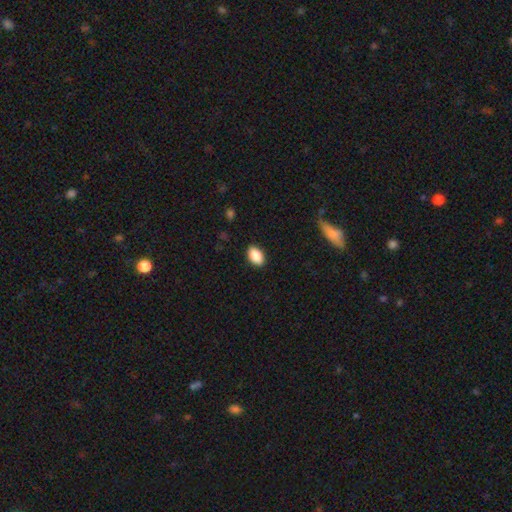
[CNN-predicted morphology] The model was most divided on "merging": none: 88%, minor disturbance: 9%, major disturbance: 2%, merger: 1%. More confident: how rounded — in between (91%); smooth or featured — smooth (88%).